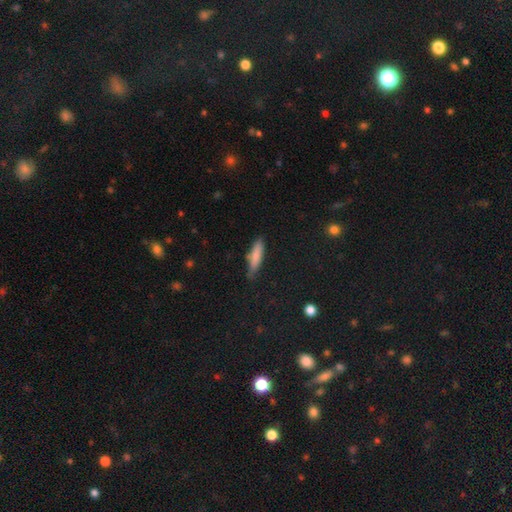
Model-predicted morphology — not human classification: Smooth or featured? smooth (79%)
How rounded? cigar-shaped (72%)
Merging? none (69%)